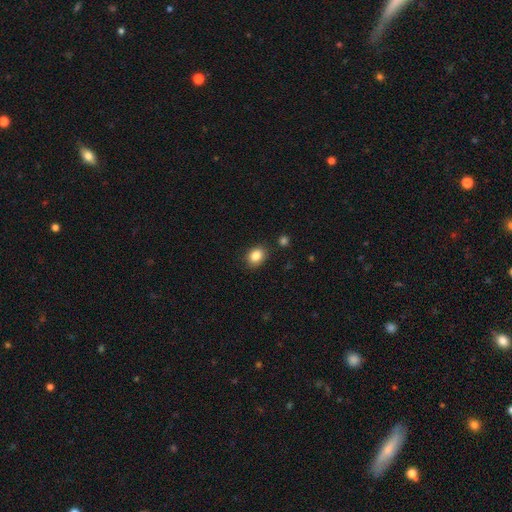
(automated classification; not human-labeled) Smooth or featured: smooth — 85% (star or artifact — 9%)
How rounded: in between — 56% (round — 43%)
Merging: none — 86% (minor disturbance — 9%)